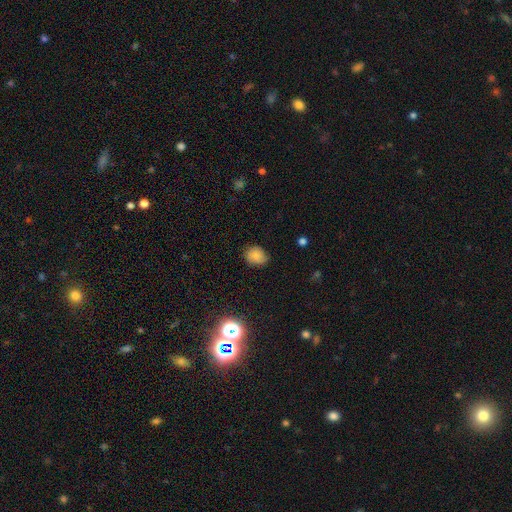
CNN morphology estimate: A smooth galaxy with no disk features (79%) that is round (63%). Merging: none (72%).